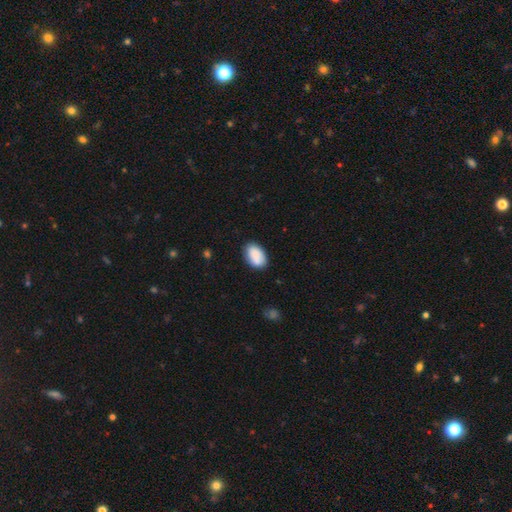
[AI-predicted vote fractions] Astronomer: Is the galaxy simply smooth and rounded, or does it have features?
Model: smooth — 88%.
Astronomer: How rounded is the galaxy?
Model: in between — 92%.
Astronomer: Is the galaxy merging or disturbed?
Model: none — 81%.